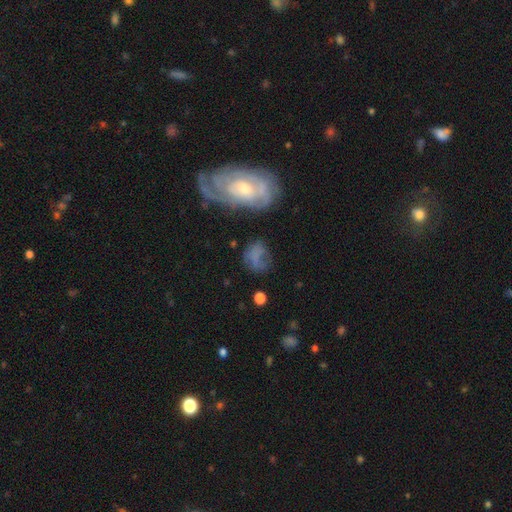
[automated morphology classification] The model was most divided on "how rounded": in between: 55%, round: 43%, cigar-shaped: 3%. Remaining: smooth or featured — smooth (55%); merging — none (43%).